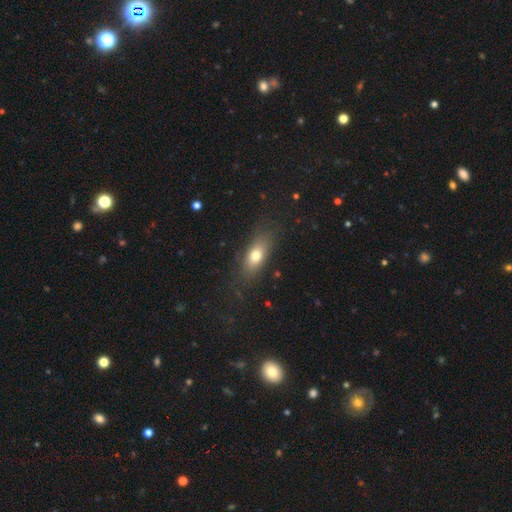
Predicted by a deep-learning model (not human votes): This is likely a smooth galaxy (74%). How rounded: likely in between (79%). Merging: likely none (78%).